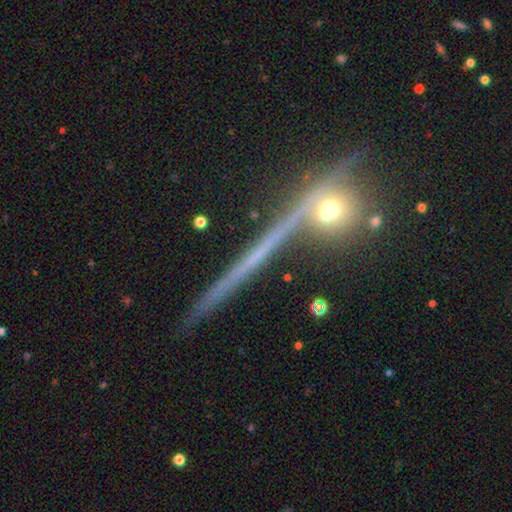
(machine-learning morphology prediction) This is possibly a featured or disk galaxy (52%). It is clearly viewed edge-on (87%). Merging: likely none (75%).